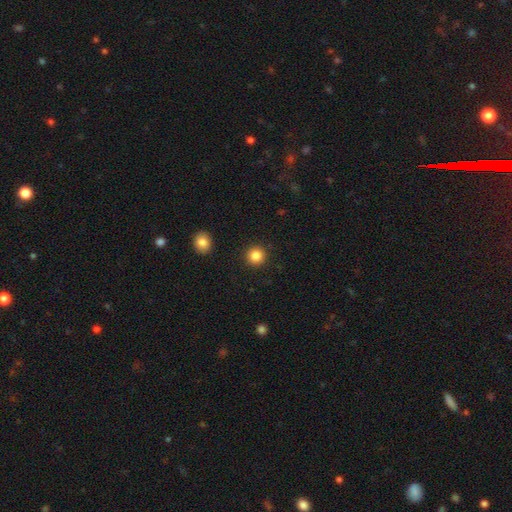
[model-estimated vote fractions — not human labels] smooth 86%, star or artifact 10%, featured or disk 4%. Down the decision tree: how rounded — round (94%); merging — none (92%).